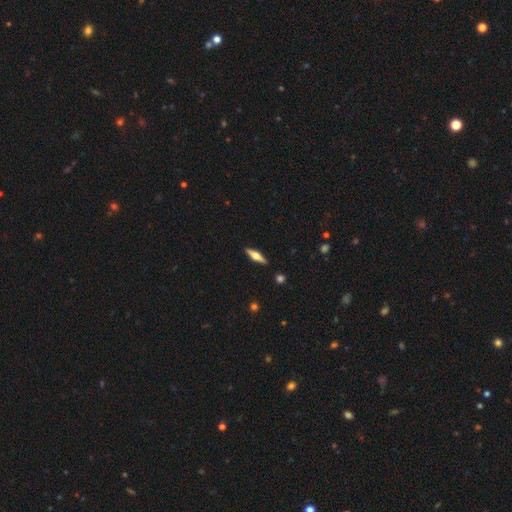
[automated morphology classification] featured or disk 60%, smooth 34%, star or artifact 6%. Down the decision tree: edge-on disk — yes (96%); edge-on bulge — rounded (92%); merging — none (90%).